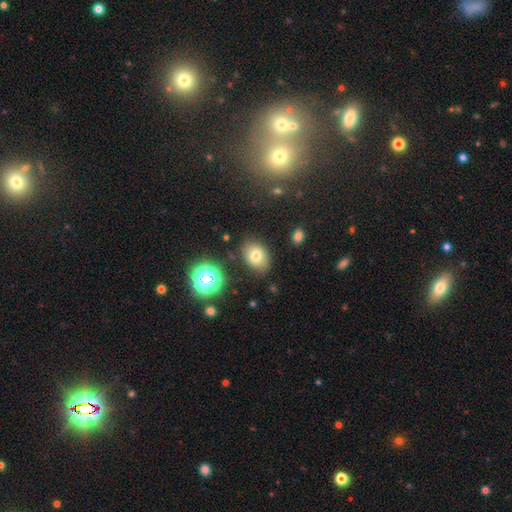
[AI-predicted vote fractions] smooth_or_featured: smooth (p=0.74) [alt: star or artifact p=0.14]
how_rounded: in between (p=0.67) [alt: round p=0.32]
merging: none (p=0.78) [alt: minor disturbance p=0.15]